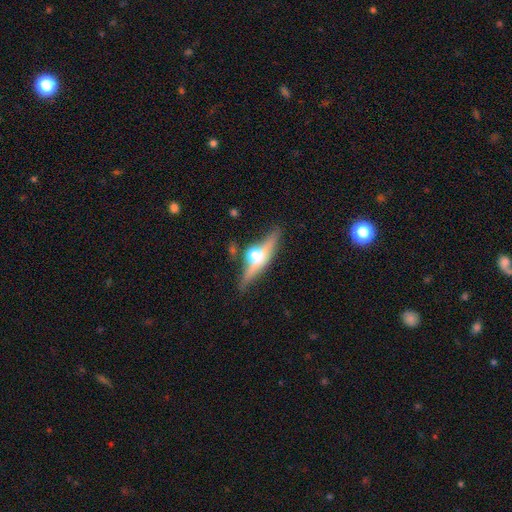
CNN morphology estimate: smooth-or-featured: featured or disk: 74% | smooth: 19% | star or artifact: 7%
  disk-edge-on: yes: 94% | no: 6%
    edge-on-bulge: rounded: 96% | boxy: 3% | none: 2%
  merging: none: 77% | minor disturbance: 12% | merger: 6% | major disturbance: 5%